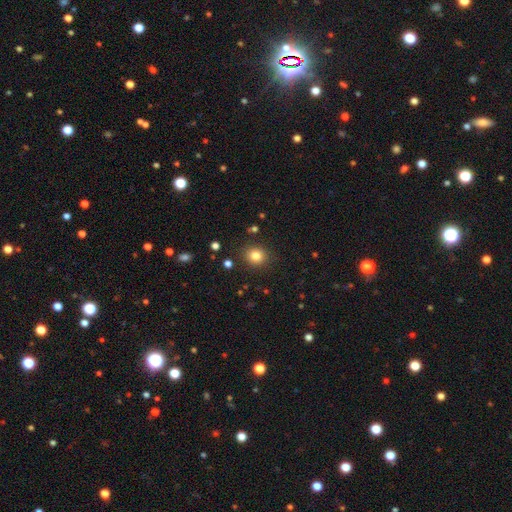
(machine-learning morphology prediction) Smooth or featured?
  - smooth: 82% *
  - star or artifact: 12%
  - featured or disk: 6%
How rounded?
  - round: 82% *
  - in between: 17%
  - cigar-shaped: 1%
Merging?
  - none: 89% *
  - minor disturbance: 7%
  - major disturbance: 2%
  - merger: 2%